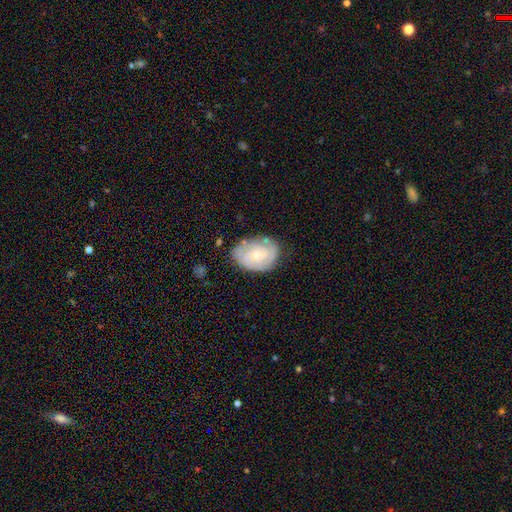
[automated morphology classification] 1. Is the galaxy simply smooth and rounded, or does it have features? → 59% featured or disk, 34% smooth, 6% star or artifact.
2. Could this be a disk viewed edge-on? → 97% no, 3% yes.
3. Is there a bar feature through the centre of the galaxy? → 73% no, 23% weak, 4% strong.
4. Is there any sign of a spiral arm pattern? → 80% yes, 20% no.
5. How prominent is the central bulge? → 65% small, 31% moderate, 2% none, 2% large, 1% dominant.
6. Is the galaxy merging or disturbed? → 68% none, 24% minor disturbance, 6% major disturbance, 2% merger.